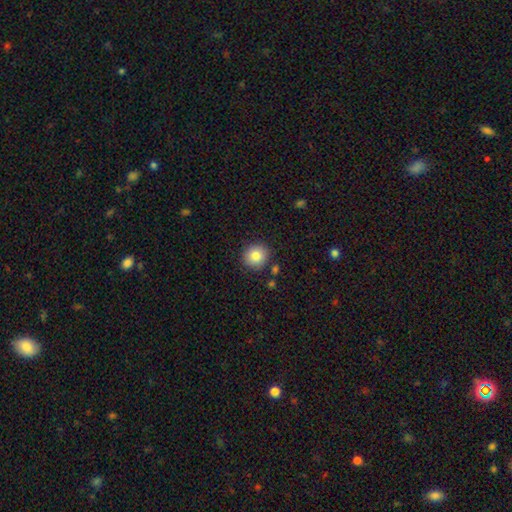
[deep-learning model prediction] Smooth or featured: smooth — 83% (star or artifact — 10%)
How rounded: round — 89% (in between — 10%)
Merging: none — 87% (minor disturbance — 8%)